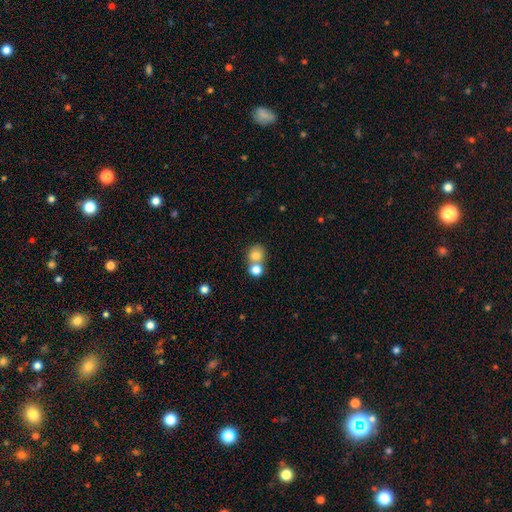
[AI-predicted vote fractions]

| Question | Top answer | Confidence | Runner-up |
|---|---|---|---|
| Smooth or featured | smooth | 79% | featured or disk (11%) |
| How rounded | round | 76% | in between (23%) |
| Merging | merger | 52% | none (39%) |